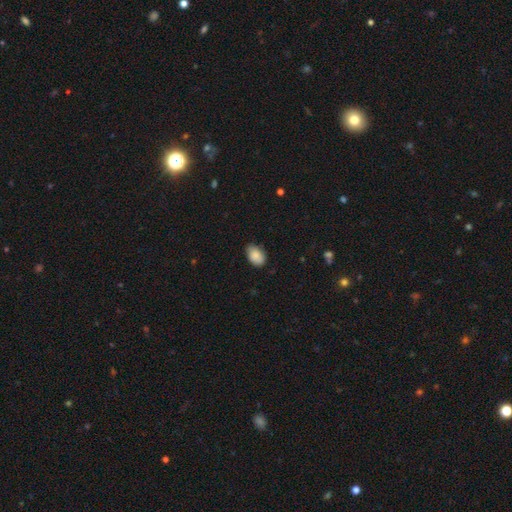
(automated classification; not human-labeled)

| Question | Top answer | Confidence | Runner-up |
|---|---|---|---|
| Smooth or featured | smooth | 88% | star or artifact (7%) |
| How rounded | in between | 88% | round (11%) |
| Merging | none | 79% | minor disturbance (17%) |